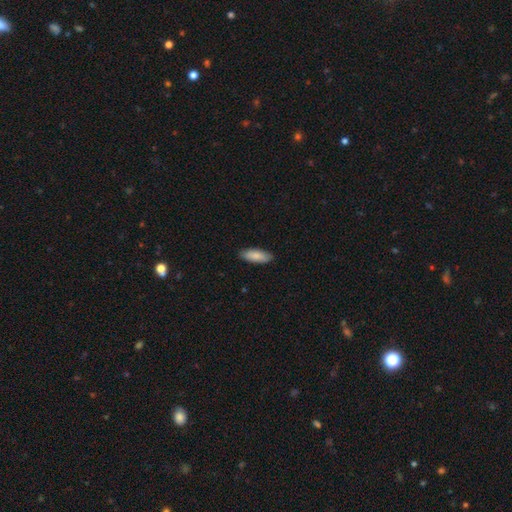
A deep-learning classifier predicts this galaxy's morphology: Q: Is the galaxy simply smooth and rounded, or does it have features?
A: smooth — 86%.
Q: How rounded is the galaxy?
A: in between — 71%.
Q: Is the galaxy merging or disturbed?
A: none — 88%.